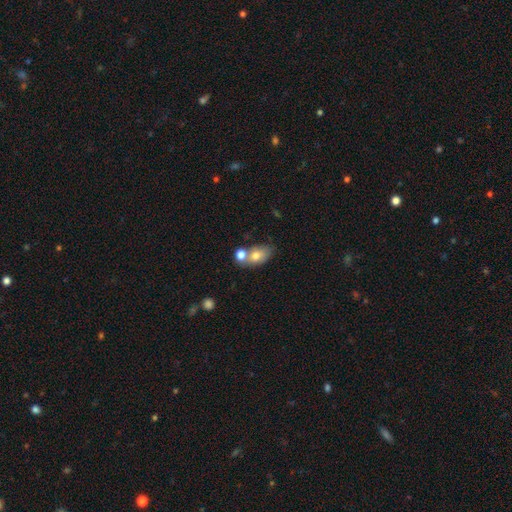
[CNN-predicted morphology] A smooth galaxy with no disk features (73%) that is in between round and cigar-shaped (80%).

Vote fractions:
- Smooth or featured? smooth: 73% / featured or disk: 18% / star or artifact: 9%
- How rounded? in between: 80% / round: 18% / cigar-shaped: 2%
- Merging? none: 42% / merger: 40% / minor disturbance: 13% / major disturbance: 5%